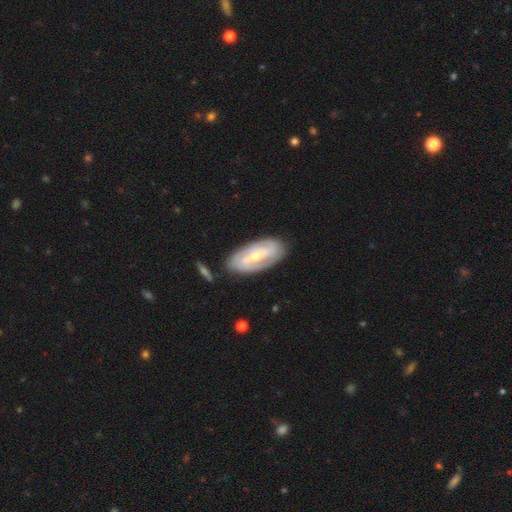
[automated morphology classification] A featured or disk galaxy (74%) with a weak bar (41%), 2 (62%) tight (51%) spiral arms (86%) and a small central bulge (59%). Merging: none (81%).